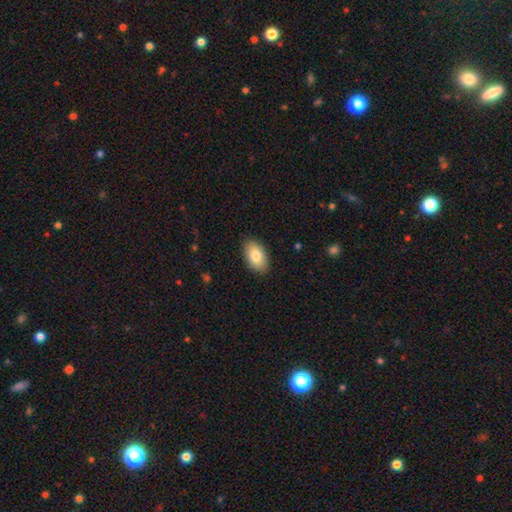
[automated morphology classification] Q: Smooth or featured?
A: smooth (82%); runner-up: featured or disk (11%)
Q: How rounded?
A: in between (93%); runner-up: round (6%)
Q: Merging?
A: none (88%); runner-up: minor disturbance (9%)